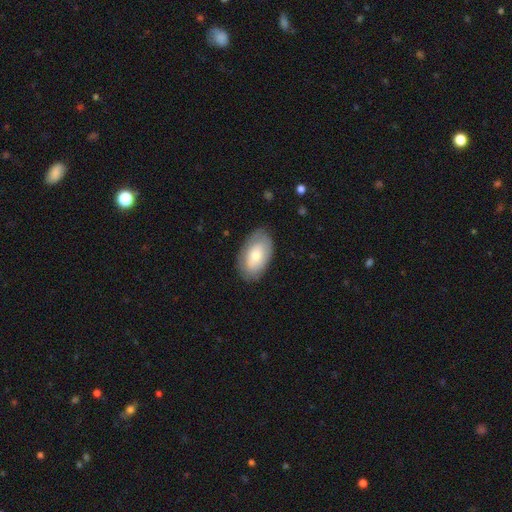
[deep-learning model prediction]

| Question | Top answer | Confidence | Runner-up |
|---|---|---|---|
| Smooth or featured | smooth | 68% | featured or disk (26%) |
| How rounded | in between | 93% | round (5%) |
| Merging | none | 79% | minor disturbance (16%) |